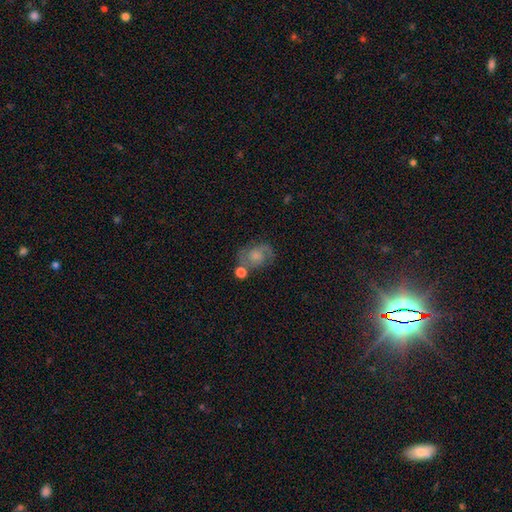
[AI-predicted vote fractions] The model was most divided on "bulge size": small: 37%, none: 28%, moderate: 25%, large: 8%, dominant: 2%. Remaining: edge-on disk — no (97%); spiral arms — yes (91%); spiral arm count — 2 (82%); bar — no (70%); smooth or featured — featured or disk (65%); merging — none (59%); spiral winding — medium (49%).